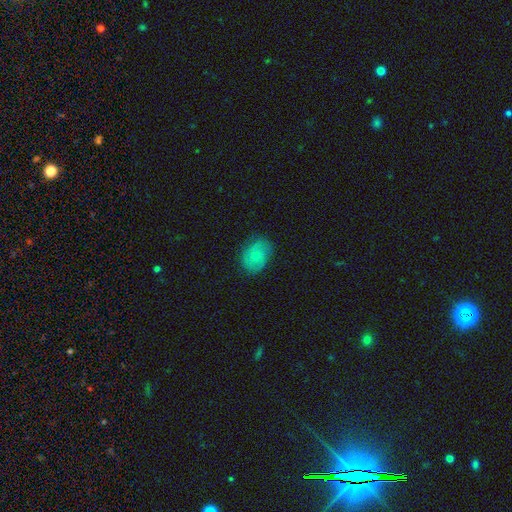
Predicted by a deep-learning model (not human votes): Morphology: type=smooth (67%); roundness=in between (67%); merging=none (76%).